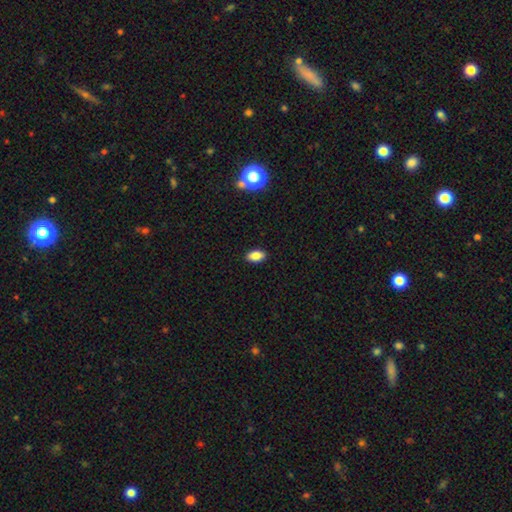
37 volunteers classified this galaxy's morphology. Volunteers were most divided on "smooth or featured": smooth: 84%, featured or disk: 8%, star or artifact: 8%. More confident: merging — none (94%); how rounded — in between (94%).